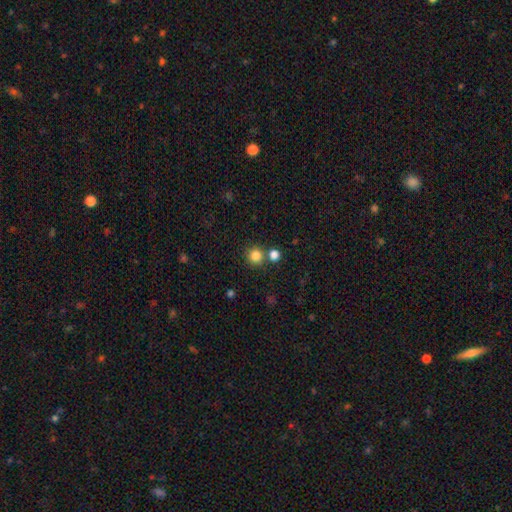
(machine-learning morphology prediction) smooth 83%, star or artifact 13%, featured or disk 5%. Down the decision tree: how rounded — round (93%); merging — none (73%).